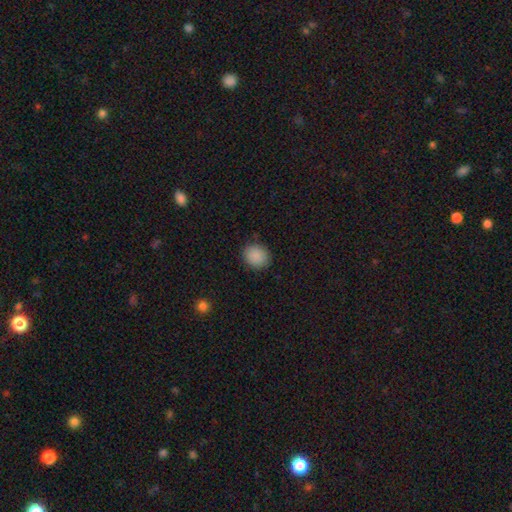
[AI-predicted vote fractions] smooth_or_featured: smooth (p=0.88) [alt: star or artifact p=0.09]
how_rounded: round (p=0.76) [alt: in between p=0.23]
merging: none (p=0.88) [alt: minor disturbance p=0.09]